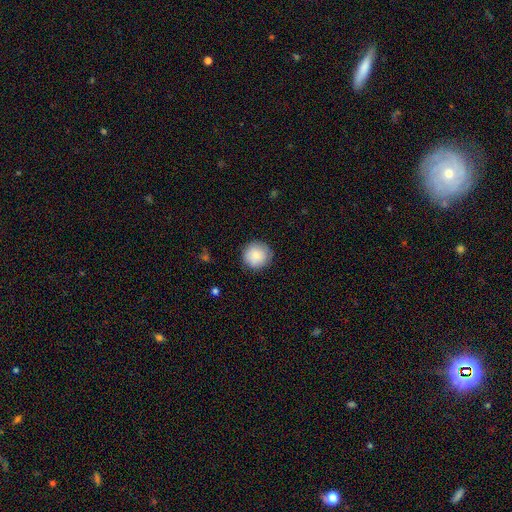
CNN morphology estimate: Smooth or featured? smooth (85%)
How rounded? round (94%)
Merging? none (87%)